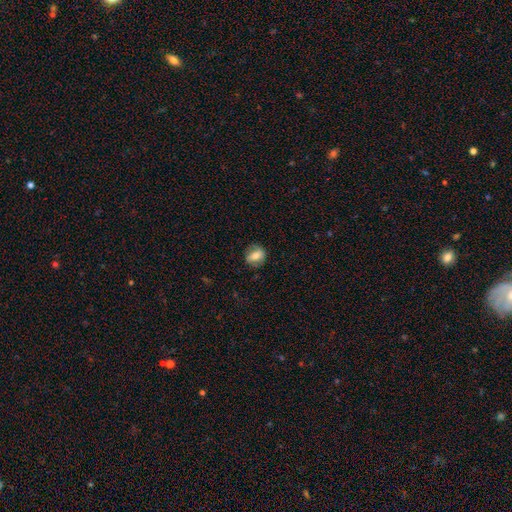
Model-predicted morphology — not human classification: Overall: smooth (61%; featured or disk 30%). How rounded: round (57%; in between 41%). Merging: none (77%).